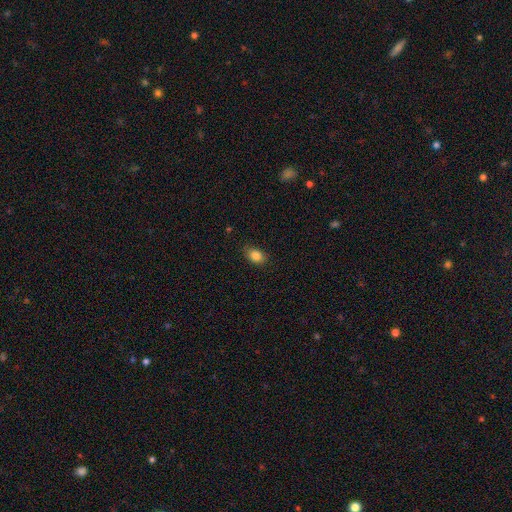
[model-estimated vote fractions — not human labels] A smooth galaxy with no disk features (85%) that is in between round and cigar-shaped (76%). Merging: none (84%).